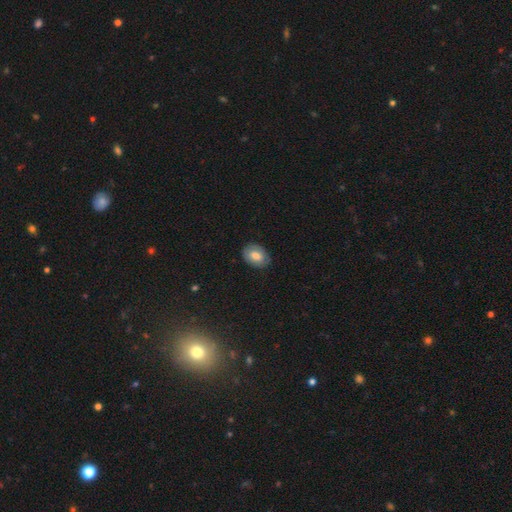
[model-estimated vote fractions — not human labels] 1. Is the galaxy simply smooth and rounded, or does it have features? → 72% smooth, 21% featured or disk, 7% star or artifact.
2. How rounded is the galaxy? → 75% in between, 24% round, 1% cigar-shaped.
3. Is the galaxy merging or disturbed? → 83% none, 13% minor disturbance, 3% major disturbance, 1% merger.